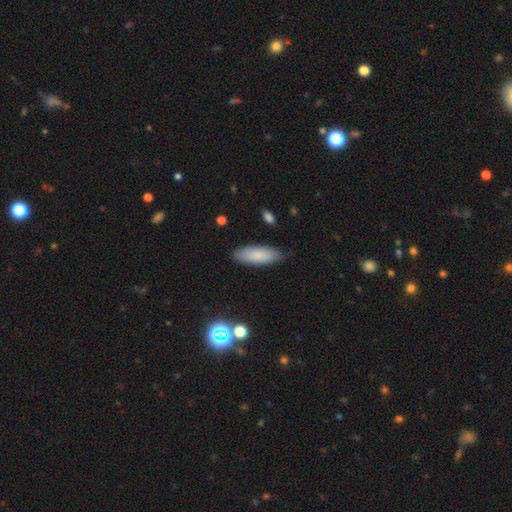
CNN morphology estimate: A smooth galaxy with no disk features (84%) that is in between round and cigar-shaped (65%). Merging: none (86%).